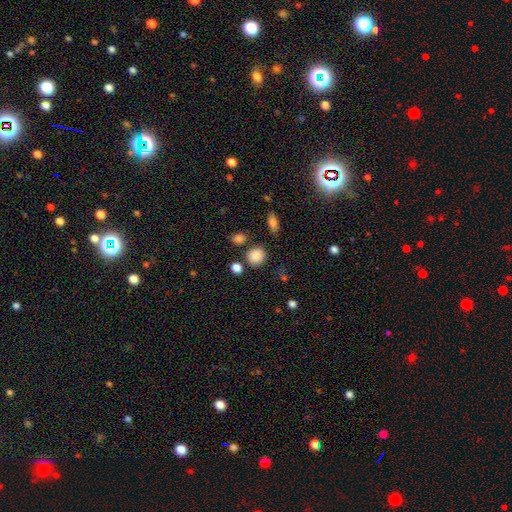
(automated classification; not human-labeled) smooth 85%, star or artifact 11%, featured or disk 4%. Down the decision tree: how rounded — round (81%); merging — none (77%).